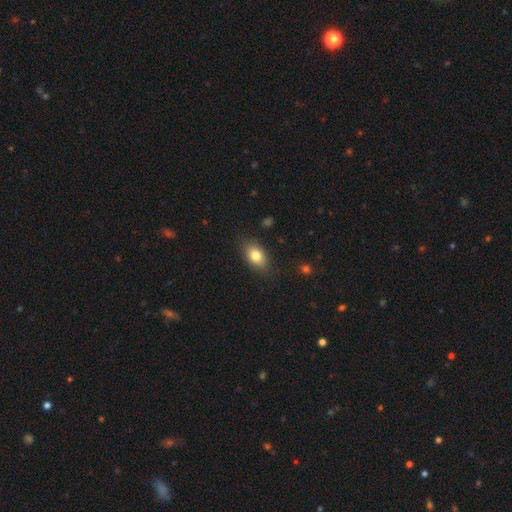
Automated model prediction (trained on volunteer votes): The model was most divided on "how rounded": in between: 81%, round: 16%, cigar-shaped: 2%. More confident: merging — none (82%); smooth or featured — smooth (80%).